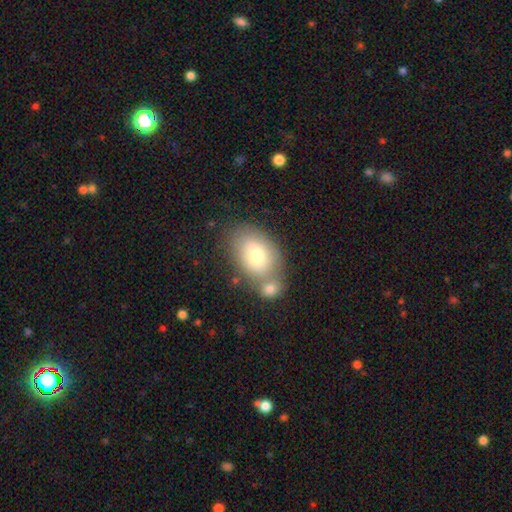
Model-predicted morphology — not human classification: Smooth or featured? Predicted: smooth (p=0.75). How rounded? Predicted: in between (p=0.80). Merging? Predicted: none (p=0.49).